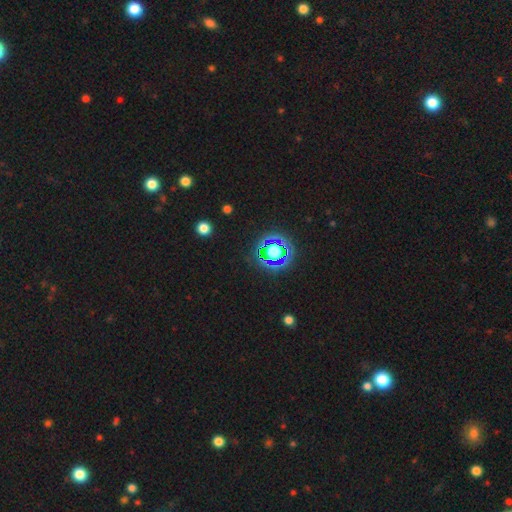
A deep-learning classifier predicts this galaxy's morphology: A star or artifact, not a galaxy (80%).

Vote fractions:
- Smooth or featured? star or artifact: 80% / smooth: 13% / featured or disk: 7%